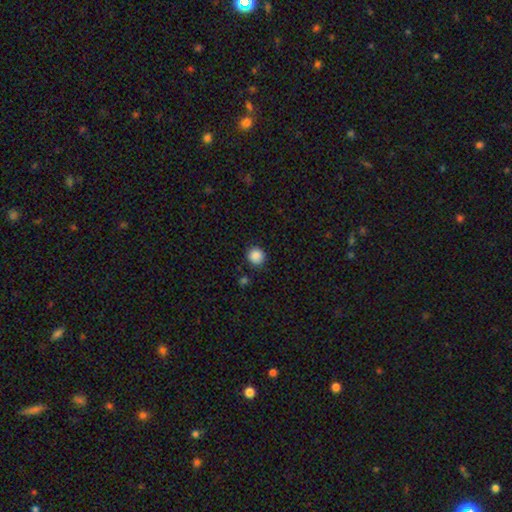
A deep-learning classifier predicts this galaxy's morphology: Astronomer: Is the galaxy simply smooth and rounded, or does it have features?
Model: smooth — 88%.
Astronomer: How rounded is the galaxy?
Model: round — 92%.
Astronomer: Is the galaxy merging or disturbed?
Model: none — 88%.